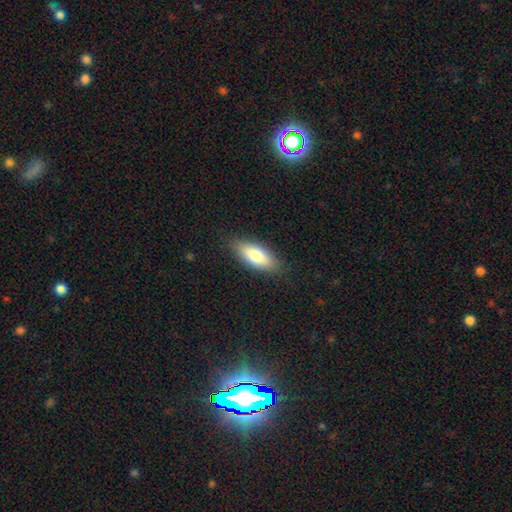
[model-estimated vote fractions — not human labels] Smooth or featured: smooth — 77% (featured or disk — 17%)
How rounded: in between — 77% (cigar-shaped — 21%)
Merging: none — 85% (minor disturbance — 11%)